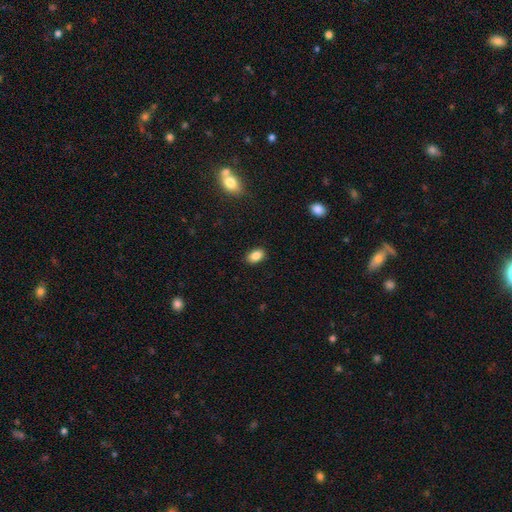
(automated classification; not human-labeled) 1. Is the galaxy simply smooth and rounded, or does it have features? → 86% smooth, 9% star or artifact, 5% featured or disk.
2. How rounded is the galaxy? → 87% in between, 11% round, 2% cigar-shaped.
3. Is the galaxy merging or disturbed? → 88% none, 9% minor disturbance, 2% major disturbance, 1% merger.